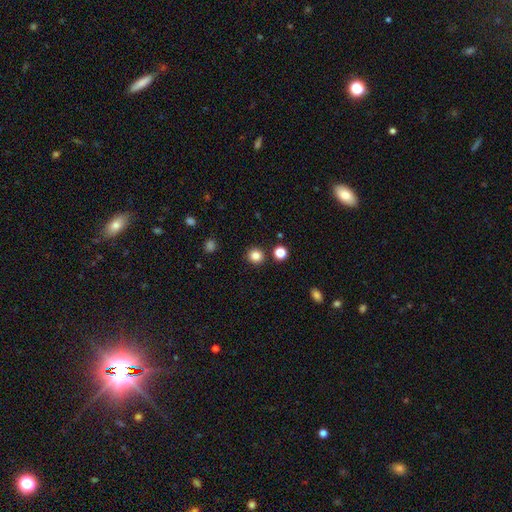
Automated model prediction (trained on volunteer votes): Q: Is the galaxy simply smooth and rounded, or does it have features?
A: smooth — 84%.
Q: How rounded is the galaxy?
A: round — 92%.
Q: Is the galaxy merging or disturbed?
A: none — 90%.